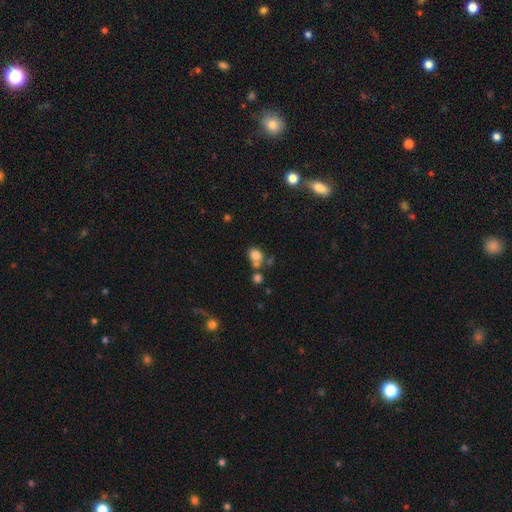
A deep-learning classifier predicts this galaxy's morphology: type=smooth (78%); roundness=round (55%); merging=none (49%).